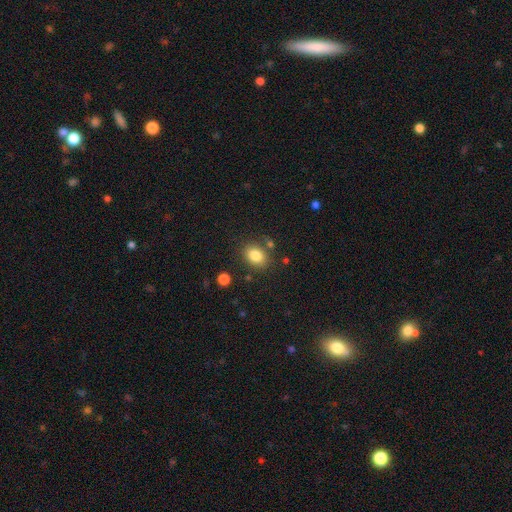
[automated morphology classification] type=smooth (83%); roundness=in between (63%); merging=none (79%).